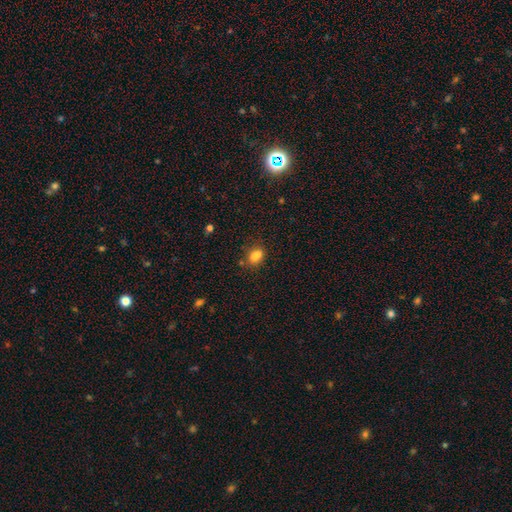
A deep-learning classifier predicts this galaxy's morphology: The model was most divided on "merging": none: 63%, minor disturbance: 19%, merger: 14%, major disturbance: 5%. More confident: smooth or featured — smooth (81%); how rounded — in between (74%).